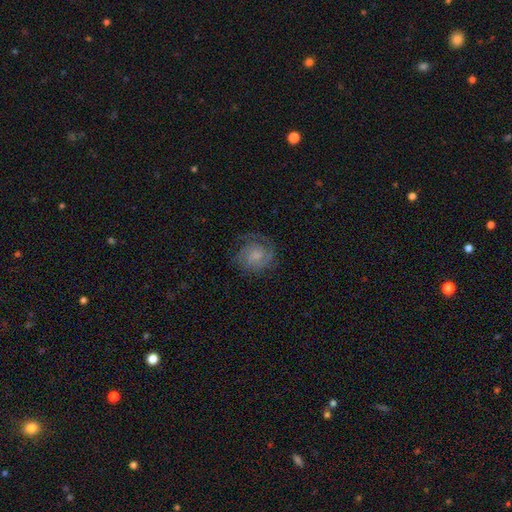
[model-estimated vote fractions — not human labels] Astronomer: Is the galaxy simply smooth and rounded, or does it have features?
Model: featured or disk — 67%.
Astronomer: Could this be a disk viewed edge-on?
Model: no — 98%.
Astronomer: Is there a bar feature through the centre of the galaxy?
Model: no — 67%.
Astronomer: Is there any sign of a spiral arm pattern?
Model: yes — 93%.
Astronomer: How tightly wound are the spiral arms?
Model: tight — 57% (runner-up: medium, 33%).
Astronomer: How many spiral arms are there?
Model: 2 — 45% (runner-up: can't tell, 21%).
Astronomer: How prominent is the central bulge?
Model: small — 39% (runner-up: moderate, 32%).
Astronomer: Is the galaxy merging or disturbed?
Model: none — 68%.